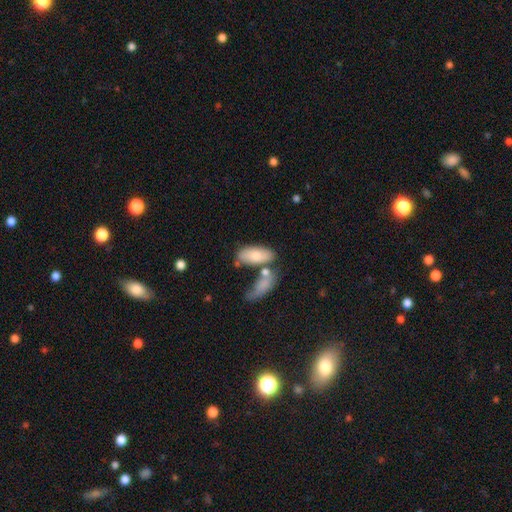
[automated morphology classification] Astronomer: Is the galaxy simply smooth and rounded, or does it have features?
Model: smooth — 78%.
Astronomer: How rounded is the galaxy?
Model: in between — 87%.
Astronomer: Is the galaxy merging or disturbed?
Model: none — 49% (runner-up: merger, 28%).